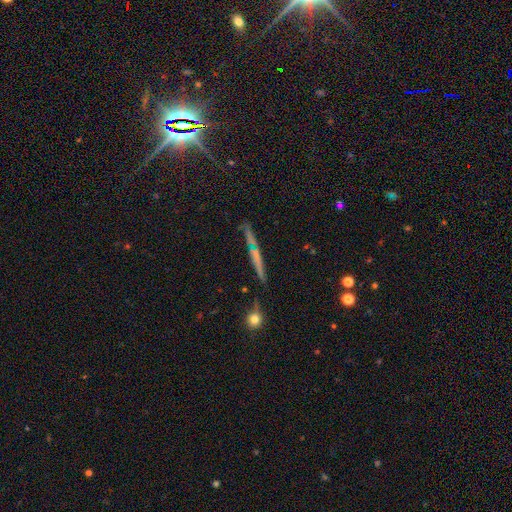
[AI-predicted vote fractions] featured or disk 52%, smooth 36%, star or artifact 13%. Down the decision tree: edge-on disk — yes (92%); merging — none (79%).